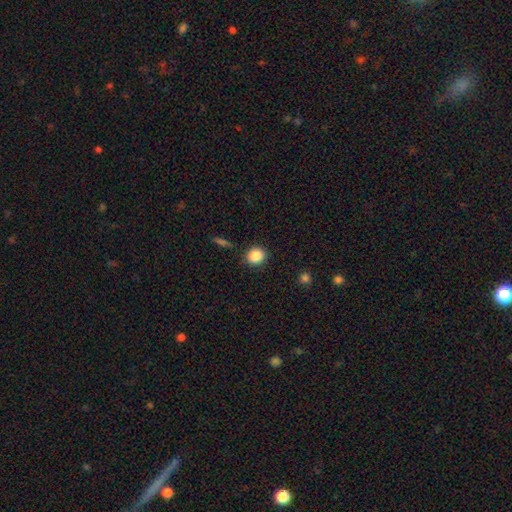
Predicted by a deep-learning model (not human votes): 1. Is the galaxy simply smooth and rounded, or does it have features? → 86% smooth, 10% star or artifact, 4% featured or disk.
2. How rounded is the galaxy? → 81% round, 18% in between, 1% cigar-shaped.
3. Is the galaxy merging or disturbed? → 89% none, 7% minor disturbance, 2% major disturbance, 2% merger.